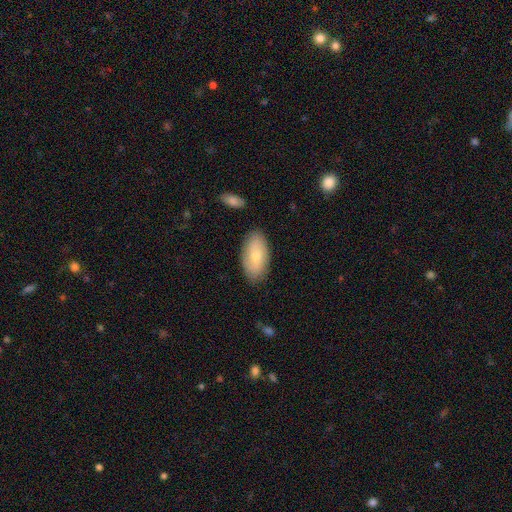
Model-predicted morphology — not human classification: This appears to be a smooth galaxy with no disk features (69%) that is in between round and cigar-shaped (93%). Merging: none (84%).